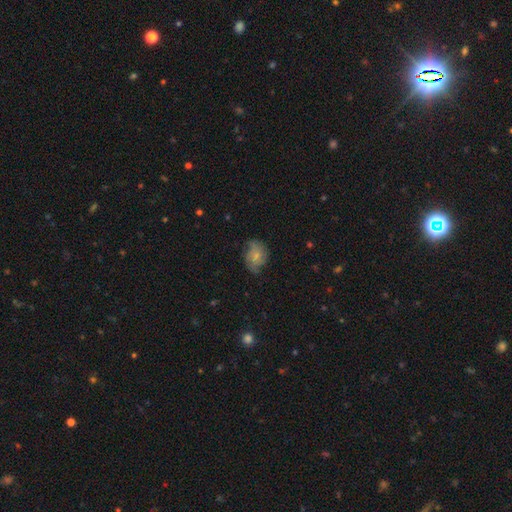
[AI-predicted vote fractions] smooth 55%, featured or disk 37%, star or artifact 8%. Down the decision tree: how rounded — in between (66%); merging — none (58%).